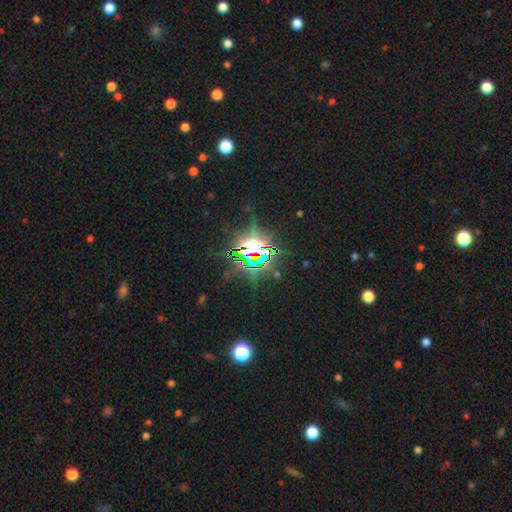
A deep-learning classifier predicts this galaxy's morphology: Q: Smooth or featured?
A: star or artifact (84%); runner-up: featured or disk (8%)